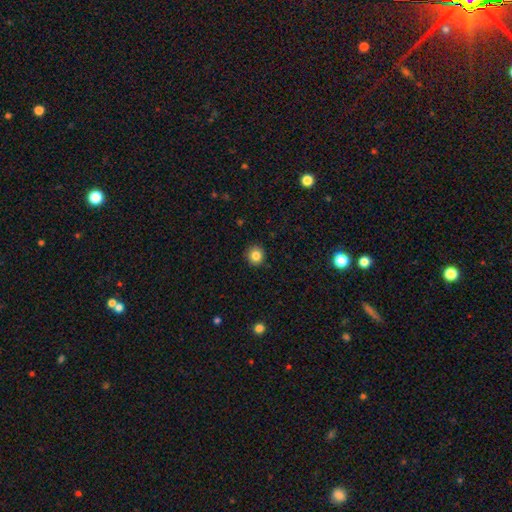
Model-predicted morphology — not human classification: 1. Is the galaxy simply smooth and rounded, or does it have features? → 84% smooth, 11% star or artifact, 6% featured or disk.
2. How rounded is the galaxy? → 92% round, 7% in between, 1% cigar-shaped.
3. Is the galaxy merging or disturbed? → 91% none, 6% minor disturbance, 2% major disturbance, 1% merger.